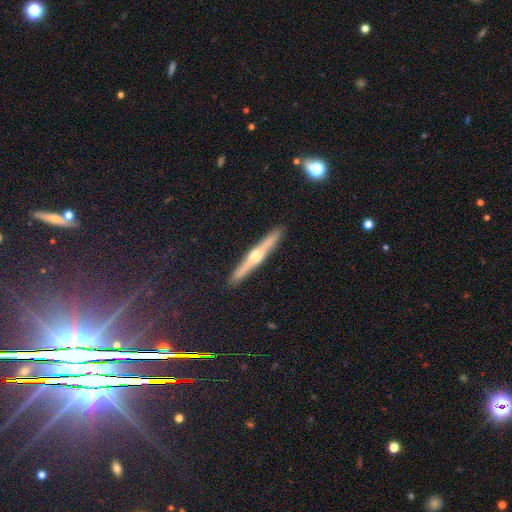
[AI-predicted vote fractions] A featured or disk galaxy (72%) viewed edge-on (97%) with a rounded central bulge (91%).

Vote fractions:
- Smooth or featured? featured or disk: 72% / smooth: 21% / star or artifact: 7%
- Edge-on disk? yes: 97% / no: 3%
- Edge-on bulge? rounded: 91% / none: 6% / boxy: 3%
- Merging? none: 91% / minor disturbance: 6% / major disturbance: 1% / merger: 1%